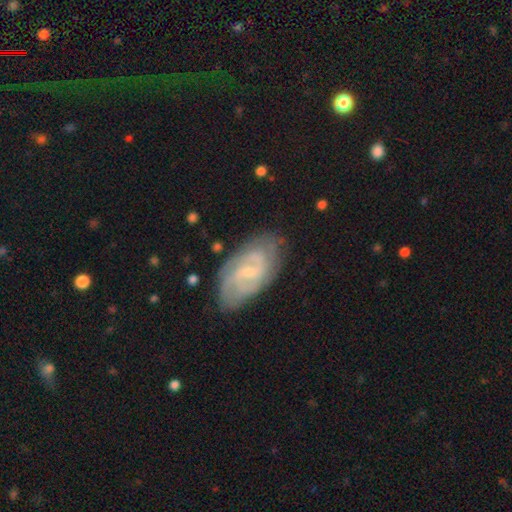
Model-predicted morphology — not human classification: featured or disk 80%, smooth 14%, star or artifact 5%. Down the decision tree: edge-on disk — no (96%); bar — weak (51%); spiral arms — yes (94%); spiral arm count — 2 (50%); spiral winding — medium (44%); bulge size — small (69%); merging — none (75%).